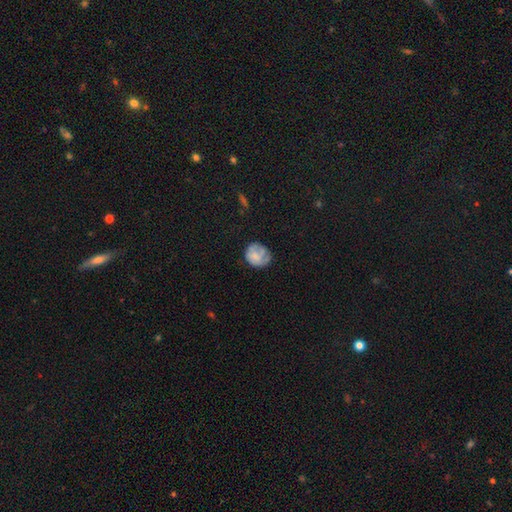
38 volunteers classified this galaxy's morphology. Overall: smooth (47%, tied with featured or disk). How rounded: round (94%). Merging: none (58%; minor disturbance 31%).